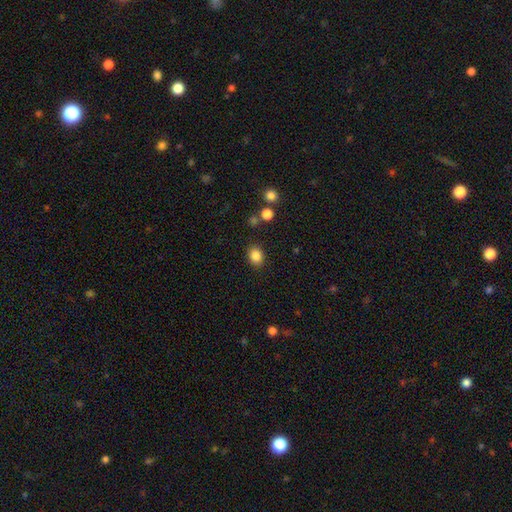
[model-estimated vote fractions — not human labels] Smooth or featured? smooth (85%)
How rounded? round (50%)
Merging? none (86%)